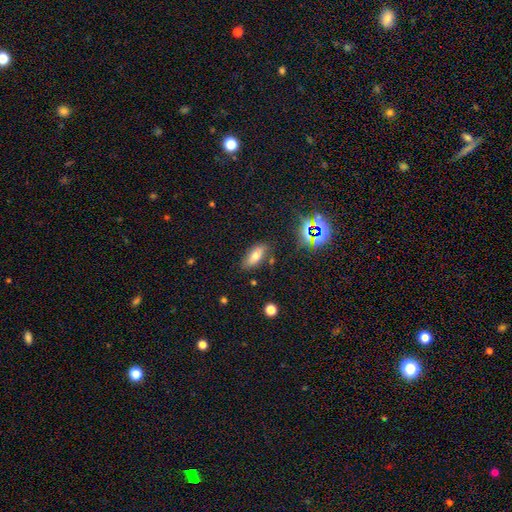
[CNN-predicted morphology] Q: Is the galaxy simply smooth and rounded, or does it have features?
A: smooth — 67%.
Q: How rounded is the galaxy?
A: in between — 76%.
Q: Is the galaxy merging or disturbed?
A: none — 79%.